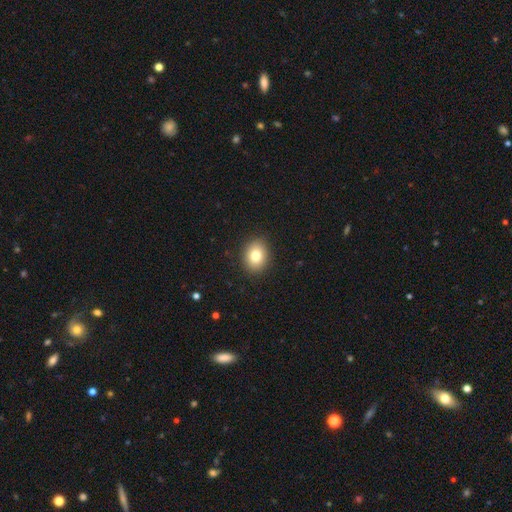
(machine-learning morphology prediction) smooth-or-featured: smooth: 81% | star or artifact: 10% | featured or disk: 10%
  how-rounded: in between: 52% | round: 47% | cigar-shaped: 1%
  merging: none: 90% | minor disturbance: 7% | major disturbance: 2% | merger: 1%